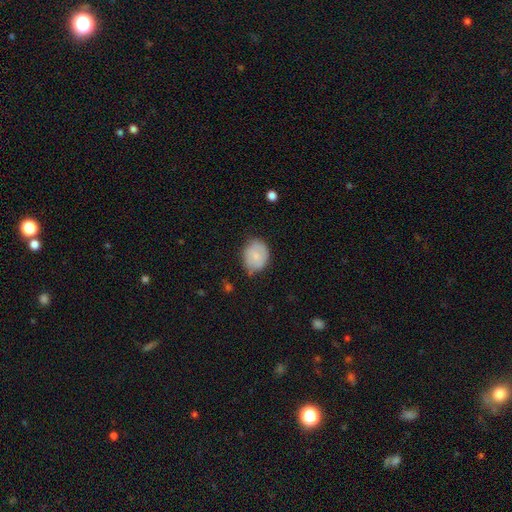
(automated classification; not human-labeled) Smooth or featured?
  - smooth: 78% *
  - featured or disk: 14%
  - star or artifact: 7%
How rounded?
  - round: 53% *
  - in between: 46%
  - cigar-shaped: 1%
Merging?
  - none: 65% *
  - minor disturbance: 28%
  - major disturbance: 5%
  - merger: 2%